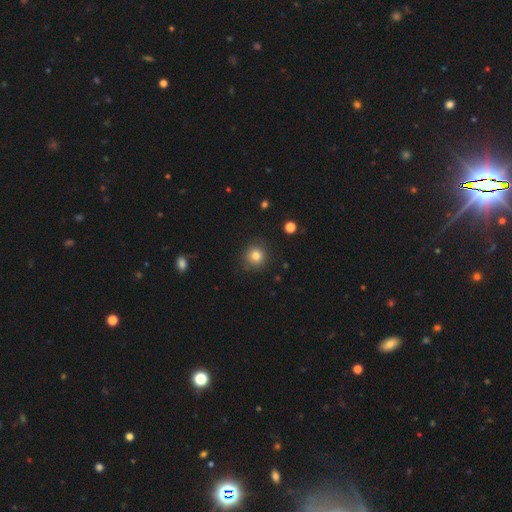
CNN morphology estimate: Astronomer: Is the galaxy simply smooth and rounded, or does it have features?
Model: smooth — 81%.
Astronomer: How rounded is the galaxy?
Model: round — 92%.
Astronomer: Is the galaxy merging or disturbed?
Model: none — 88%.